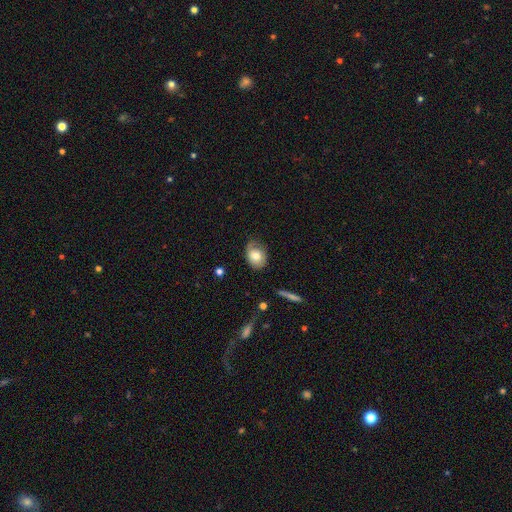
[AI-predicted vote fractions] Smooth or featured?
  - smooth: 65% *
  - featured or disk: 27%
  - star or artifact: 8%
How rounded?
  - in between: 67% *
  - round: 32%
  - cigar-shaped: 1%
Merging?
  - none: 64% *
  - minor disturbance: 27%
  - major disturbance: 8%
  - merger: 1%